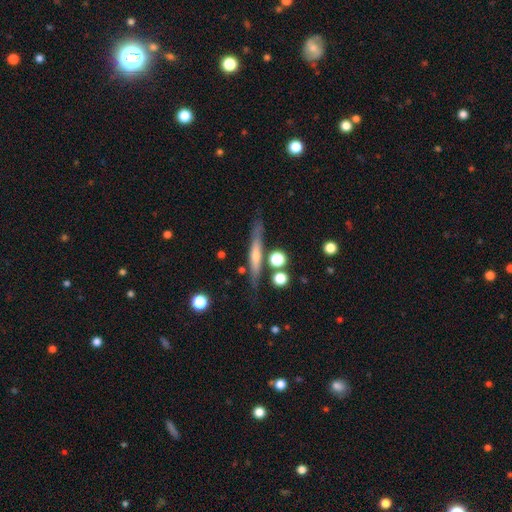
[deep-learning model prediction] Smooth or featured? featured or disk (62%)
Edge-on disk? yes (95%)
Edge-on bulge? rounded (50%)
Merging? none (80%)